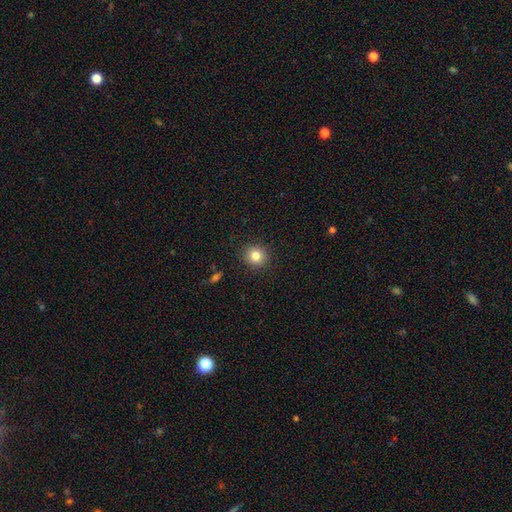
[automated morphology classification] smooth_or_featured: smooth (p=0.83) [alt: star or artifact p=0.11]
how_rounded: round (p=0.89) [alt: in between p=0.10]
merging: none (p=0.91) [alt: minor disturbance p=0.06]